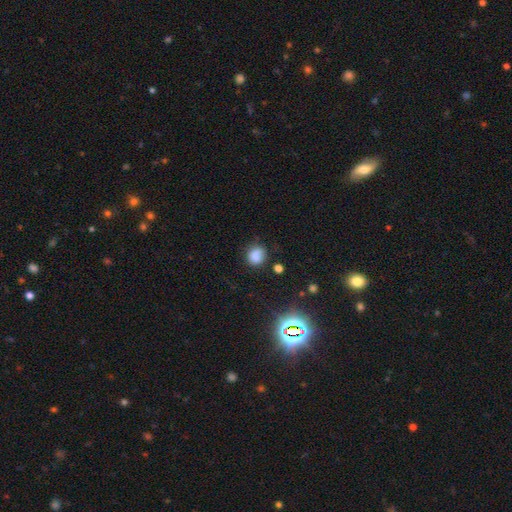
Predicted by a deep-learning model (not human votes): Smooth or featured? smooth (81%)
How rounded? round (73%)
Merging? none (73%)